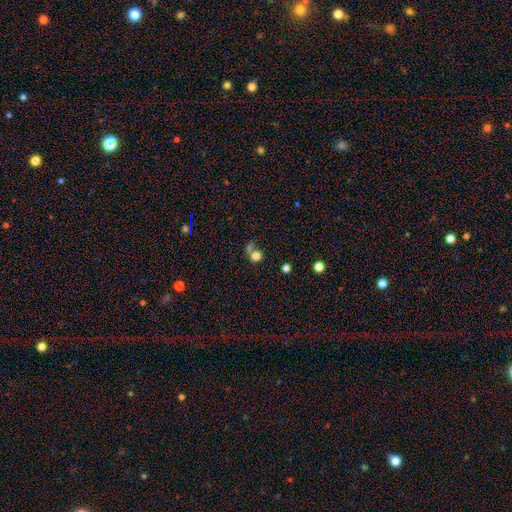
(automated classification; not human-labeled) The model was most divided on "merging": none: 46%, merger: 34%, minor disturbance: 10%, major disturbance: 9%. More confident: how rounded — round (84%); smooth or featured — smooth (73%).